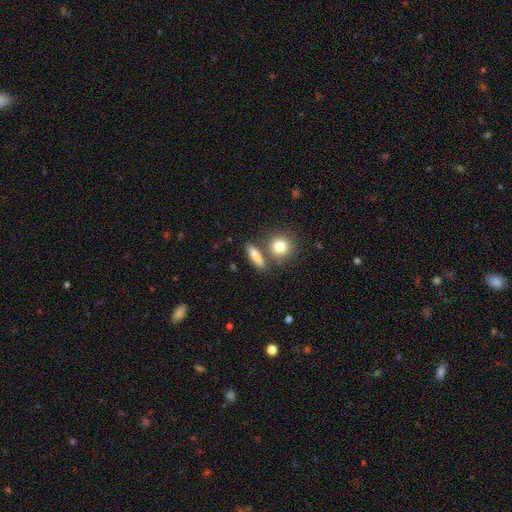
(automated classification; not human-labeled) Morphology: type=smooth (81%); roundness=cigar-shaped (47%); merging=none (72%).